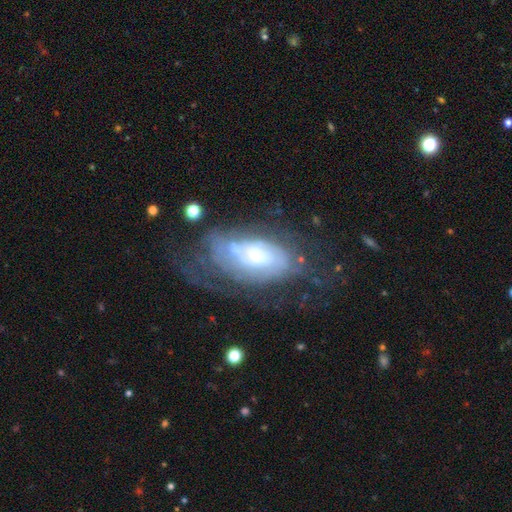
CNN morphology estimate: The model was most divided on "bulge size": moderate: 35%, small: 34%, large: 17%, none: 11%, dominant: 3%. Remaining: edge-on disk — no (93%); spiral arms — yes (80%); smooth or featured — featured or disk (73%); bar — no (56%); spiral winding — tight (54%); spiral arm count — can't tell (53%); merging — none (46%).